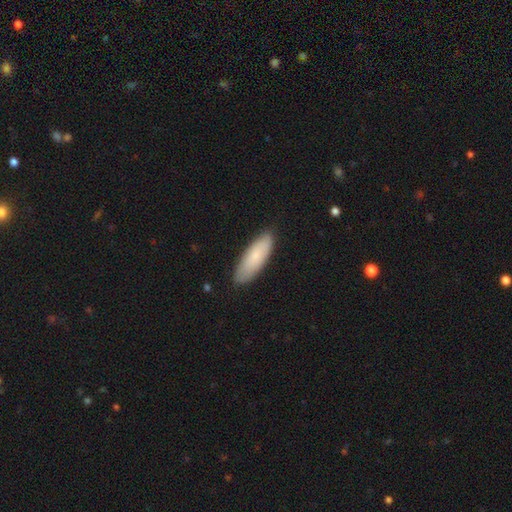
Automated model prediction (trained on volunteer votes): The model was most divided on "how rounded": in between: 58%, cigar-shaped: 40%, round: 2%. More confident: merging — none (85%); smooth or featured — smooth (79%).